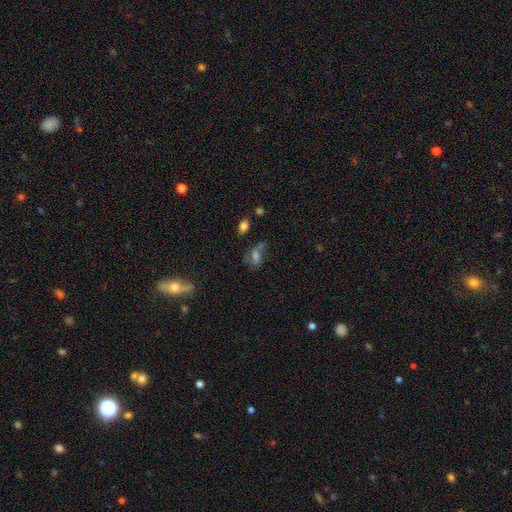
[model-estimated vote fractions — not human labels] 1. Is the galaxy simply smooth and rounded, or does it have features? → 41% smooth, 38% featured or disk, 21% star or artifact.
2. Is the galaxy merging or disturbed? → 43% none, 22% major disturbance, 20% minor disturbance, 15% merger.